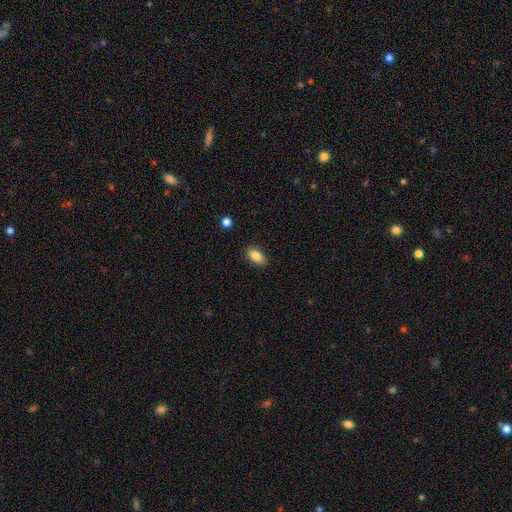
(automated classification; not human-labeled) This appears to be a smooth galaxy with no disk features (85%) that is in between round and cigar-shaped (90%). Merging: none (87%).